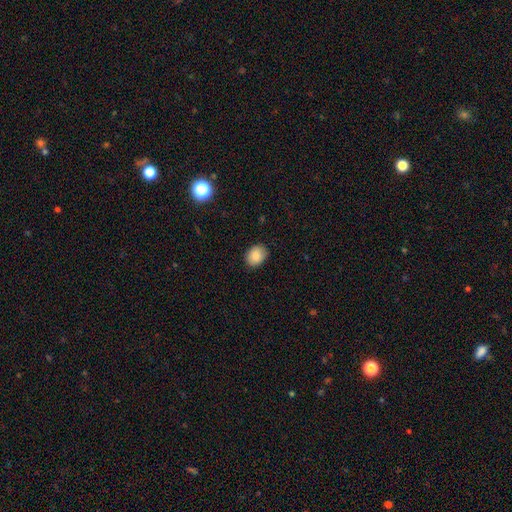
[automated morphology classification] smooth_or_featured: smooth (p=0.86) [alt: star or artifact p=0.09]
how_rounded: in between (p=0.56) [alt: round p=0.43]
merging: none (p=0.86) [alt: minor disturbance p=0.11]